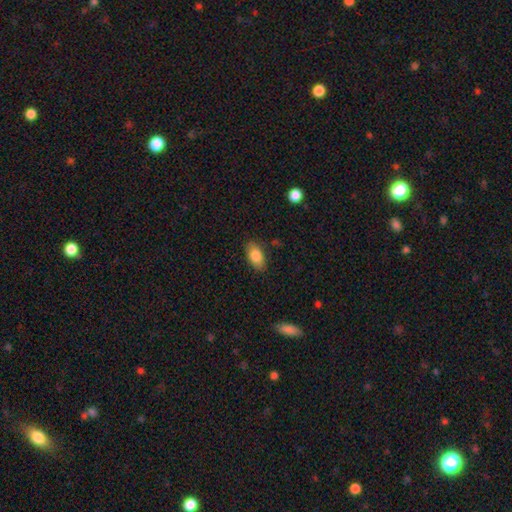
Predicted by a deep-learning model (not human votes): This is clearly a smooth galaxy (85%). How rounded: clearly in between (92%). Merging: clearly none (84%).